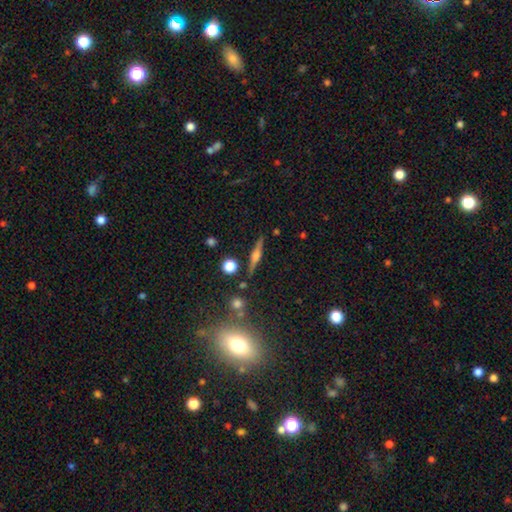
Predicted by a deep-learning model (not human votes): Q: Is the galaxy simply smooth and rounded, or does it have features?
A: featured or disk — 73%.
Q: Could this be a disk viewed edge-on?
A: yes — 97%.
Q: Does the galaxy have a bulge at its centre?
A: rounded — 83%.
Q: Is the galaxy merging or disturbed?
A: none — 87%.